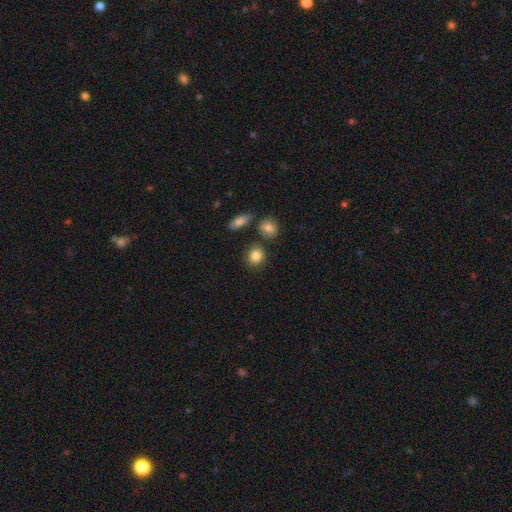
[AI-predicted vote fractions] smooth 85%, star or artifact 9%, featured or disk 7%. Down the decision tree: how rounded — round (74%); merging — none (78%).